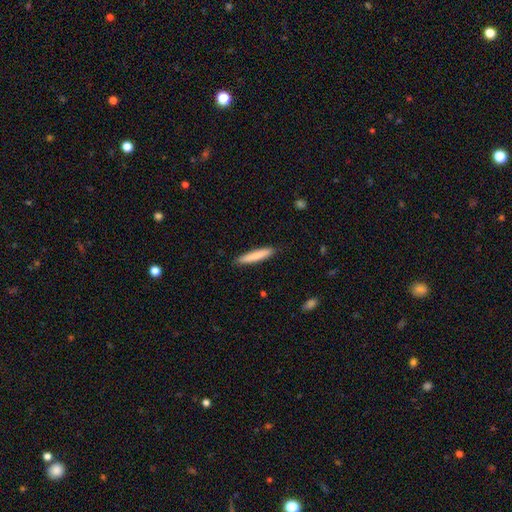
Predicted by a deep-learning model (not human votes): smooth 82%, featured or disk 13%, star or artifact 6%. Down the decision tree: how rounded — cigar-shaped (92%); merging — none (89%).